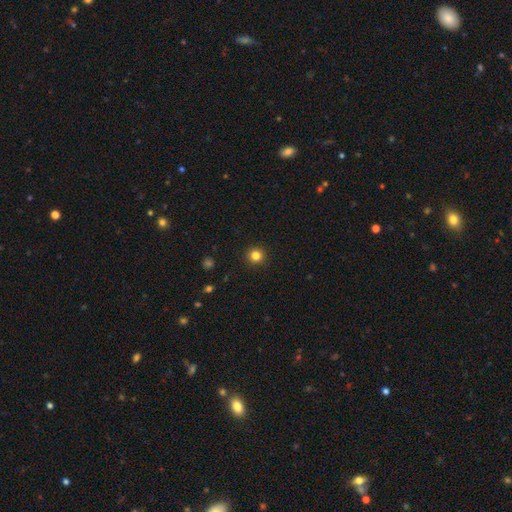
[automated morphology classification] This is clearly a smooth galaxy (82%). How rounded: clearly round (95%). Merging: clearly none (93%).